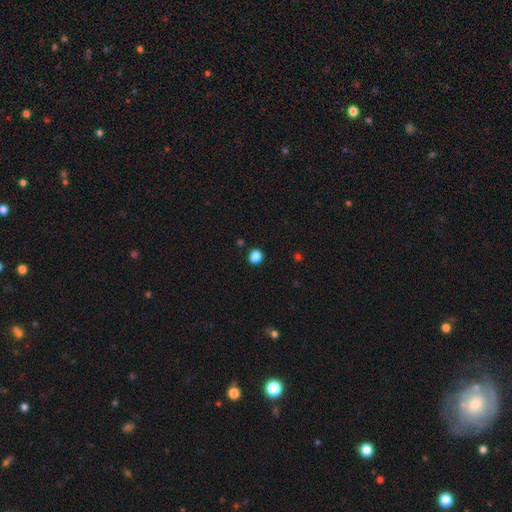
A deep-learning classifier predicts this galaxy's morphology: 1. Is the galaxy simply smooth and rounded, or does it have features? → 86% smooth, 11% star or artifact, 3% featured or disk.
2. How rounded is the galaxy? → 77% round, 22% in between, 1% cigar-shaped.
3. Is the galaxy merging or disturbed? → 87% none, 9% minor disturbance, 2% major disturbance, 2% merger.